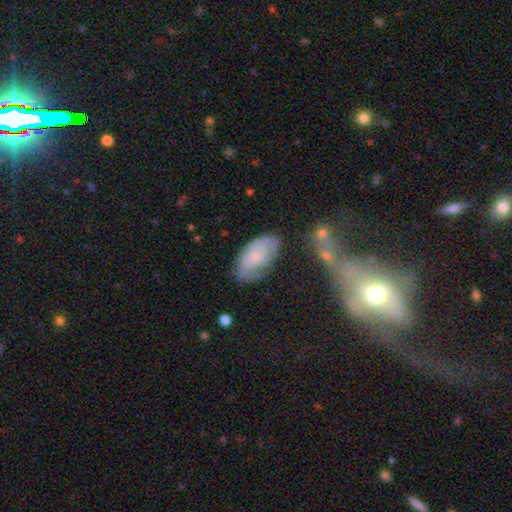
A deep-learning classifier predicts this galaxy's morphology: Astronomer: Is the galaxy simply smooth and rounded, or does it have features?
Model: smooth — 53% (runner-up: featured or disk, 39%).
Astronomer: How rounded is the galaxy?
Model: in between — 93%.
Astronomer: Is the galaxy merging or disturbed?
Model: none — 59%.